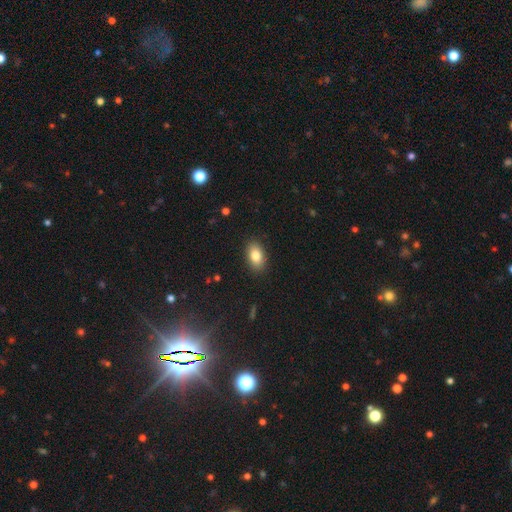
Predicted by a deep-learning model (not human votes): A smooth galaxy with no disk features (83%) that is in between round and cigar-shaped (89%).

Vote fractions:
- Smooth or featured? smooth: 83% / featured or disk: 9% / star or artifact: 8%
- How rounded? in between: 89% / round: 9% / cigar-shaped: 2%
- Merging? none: 88% / minor disturbance: 9% / major disturbance: 2% / merger: 1%